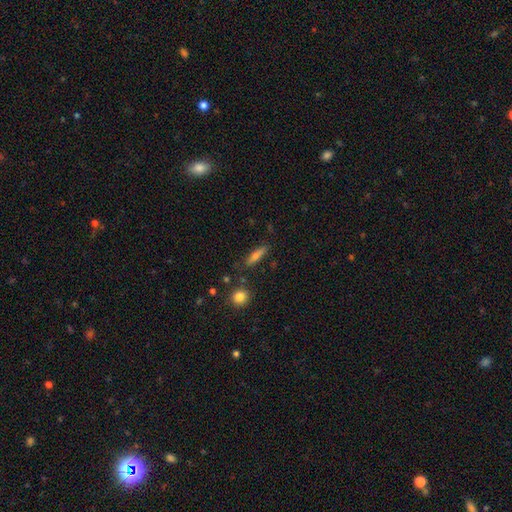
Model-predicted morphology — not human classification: Q: Smooth or featured?
A: smooth (60%); runner-up: featured or disk (28%)
Q: How rounded?
A: cigar-shaped (73%); runner-up: in between (23%)
Q: Merging?
A: none (82%); runner-up: minor disturbance (12%)